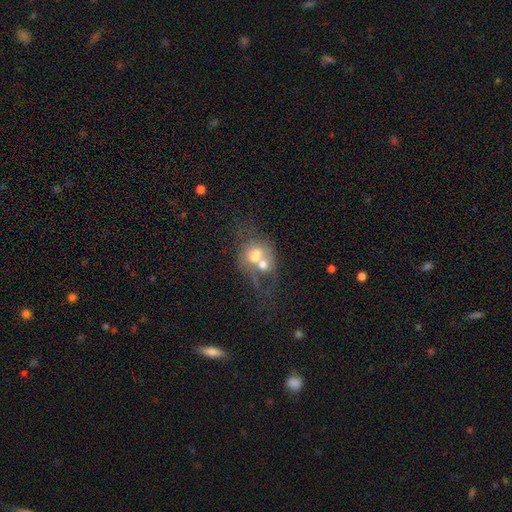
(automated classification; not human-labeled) This is possibly a smooth galaxy (54%). How rounded: possibly round (53%). Merging: likely merger (70%).